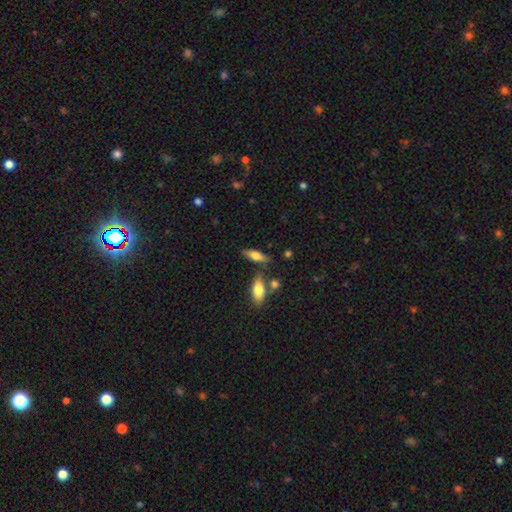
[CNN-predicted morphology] Smooth or featured?
  - smooth: 62% *
  - featured or disk: 31%
  - star or artifact: 7%
How rounded?
  - in between: 60% *
  - cigar-shaped: 37%
  - round: 3%
Merging?
  - none: 69% *
  - minor disturbance: 16%
  - merger: 10%
  - major disturbance: 5%